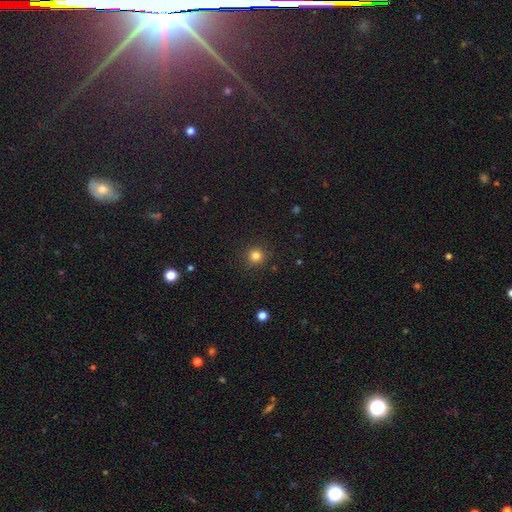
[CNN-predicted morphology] smooth 82%, star or artifact 13%, featured or disk 5%. Down the decision tree: how rounded — round (94%); merging — none (91%).